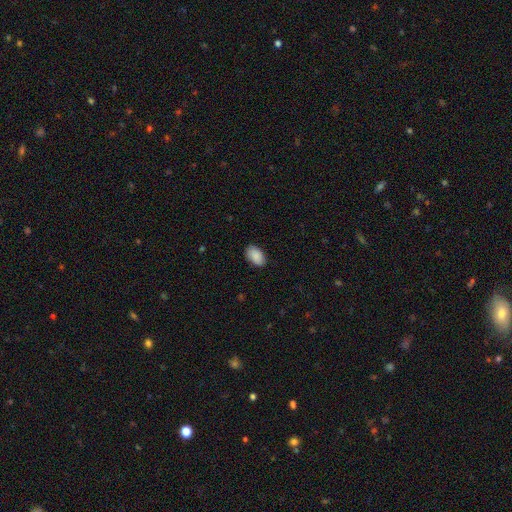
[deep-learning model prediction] smooth-or-featured: smooth: 89% | star or artifact: 6% | featured or disk: 4%
  how-rounded: in between: 93% | round: 6% | cigar-shaped: 1%
  merging: none: 86% | minor disturbance: 11% | major disturbance: 2% | merger: 1%